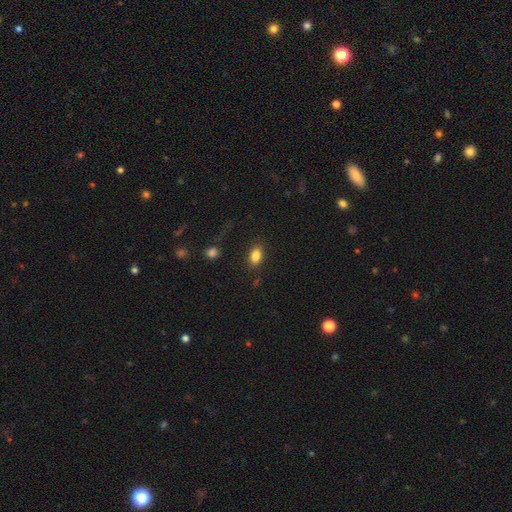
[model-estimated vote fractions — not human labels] smooth-or-featured: smooth: 86% | star or artifact: 9% | featured or disk: 6%
  how-rounded: in between: 86% | round: 11% | cigar-shaped: 2%
  merging: none: 82% | minor disturbance: 11% | major disturbance: 4% | merger: 2%